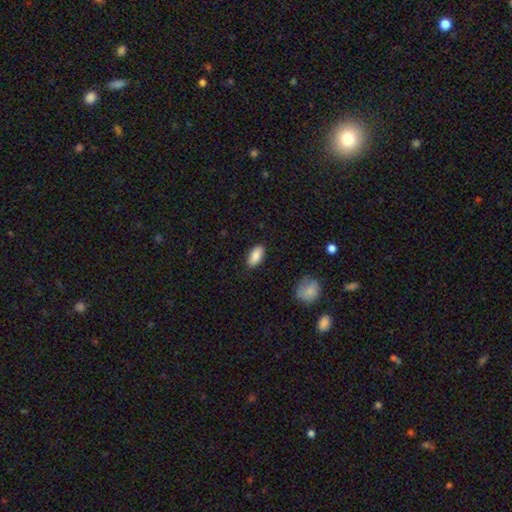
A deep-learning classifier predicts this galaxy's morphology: Smooth or featured? Predicted: smooth (p=0.87). How rounded? Predicted: in between (p=0.91). Merging? Predicted: none (p=0.85).